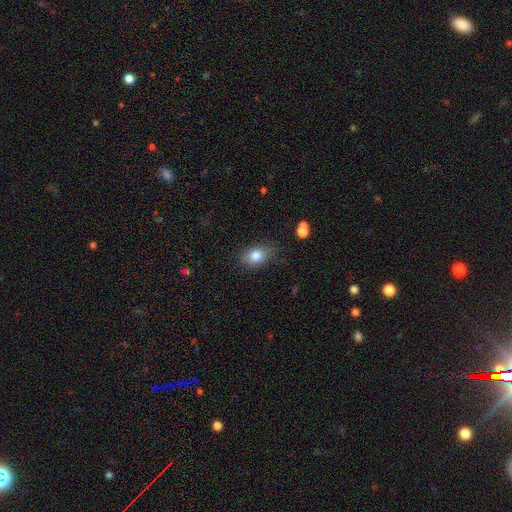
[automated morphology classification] Overall: smooth (82%). How rounded: in between (78%). Merging: none (77%).